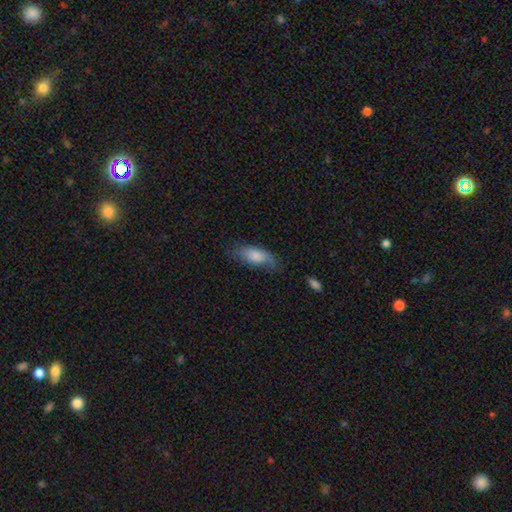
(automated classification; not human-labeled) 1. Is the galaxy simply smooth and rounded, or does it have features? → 77% smooth, 16% featured or disk, 7% star or artifact.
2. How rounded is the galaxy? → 81% in between, 16% cigar-shaped, 2% round.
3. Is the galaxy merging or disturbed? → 60% none, 28% minor disturbance, 11% major disturbance, 2% merger.